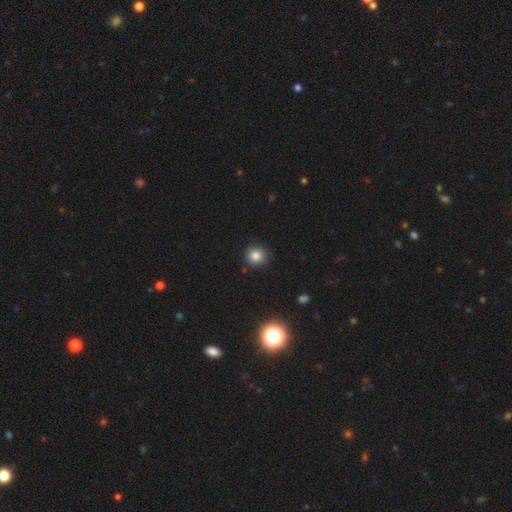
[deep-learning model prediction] This appears to be a smooth galaxy with no disk features (83%) that is round (92%). Merging: none (89%).